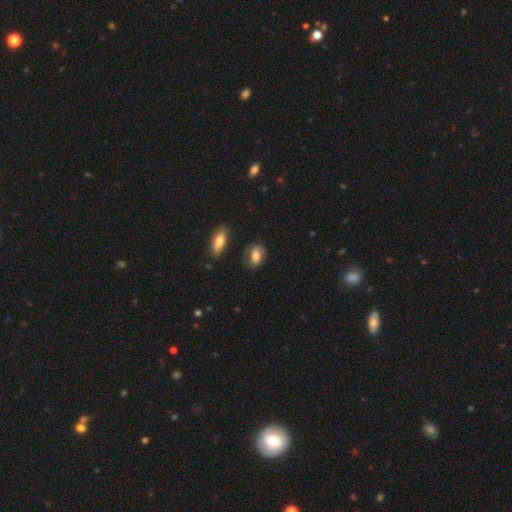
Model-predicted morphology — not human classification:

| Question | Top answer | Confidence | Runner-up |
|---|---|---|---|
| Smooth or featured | smooth | 75% | featured or disk (17%) |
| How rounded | in between | 83% | round (12%) |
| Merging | none | 72% | minor disturbance (19%) |